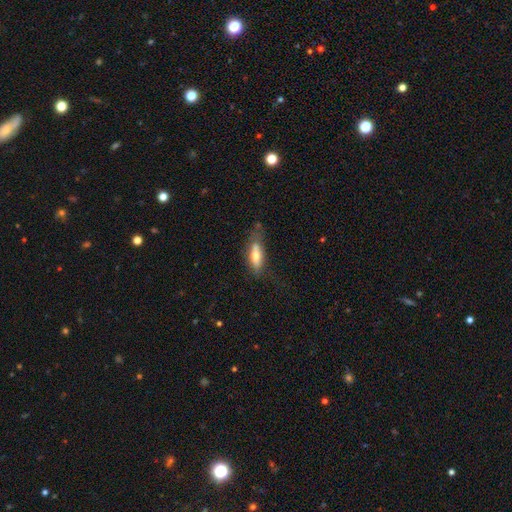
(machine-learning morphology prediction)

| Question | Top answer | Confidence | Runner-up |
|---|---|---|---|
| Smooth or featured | smooth | 65% | featured or disk (28%) |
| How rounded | in between | 58% | cigar-shaped (39%) |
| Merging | none | 50% | minor disturbance (29%) |